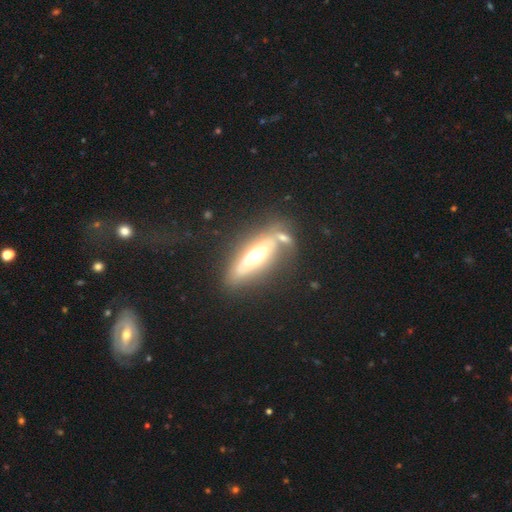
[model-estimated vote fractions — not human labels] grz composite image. It shows a featured or disk galaxy (63%) viewed edge-on (69%). Merging: none (57%).